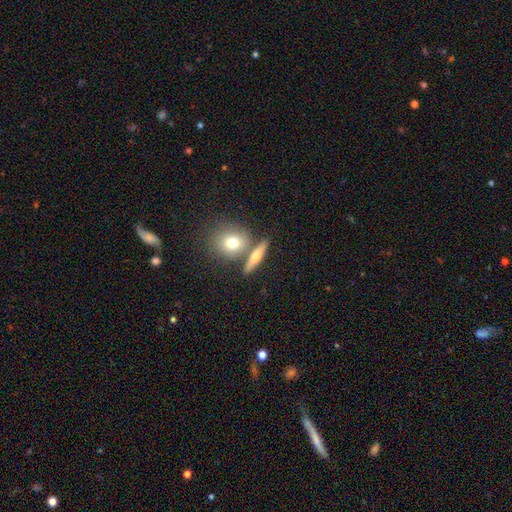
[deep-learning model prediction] Smooth or featured?
  - smooth: 53% *
  - featured or disk: 40%
  - star or artifact: 8%
How rounded?
  - cigar-shaped: 42% *
  - in between: 29%
  - round: 28%
Merging?
  - none: 69% *
  - merger: 19%
  - minor disturbance: 9%
  - major disturbance: 3%